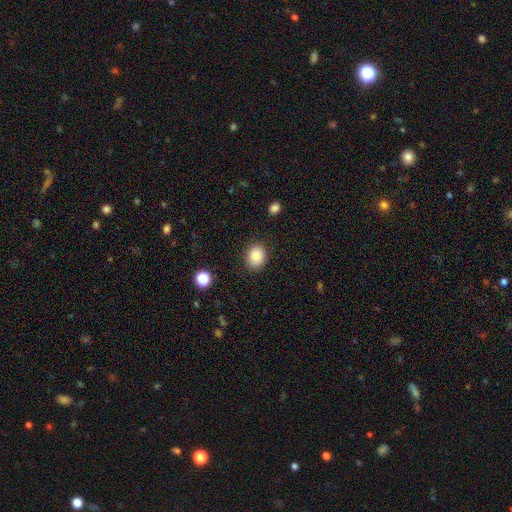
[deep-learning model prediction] A smooth galaxy with no disk features (84%) that is round (56%). Merging: none (86%).